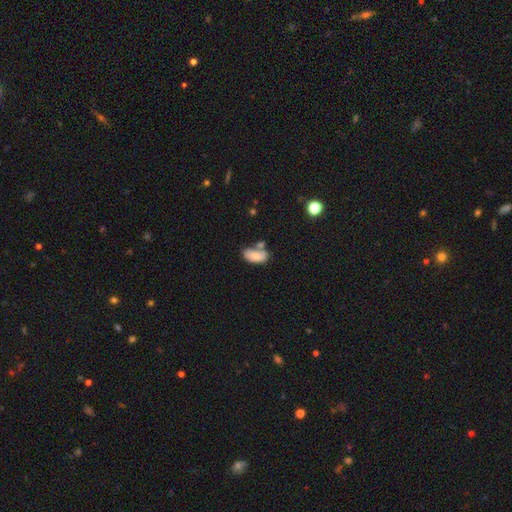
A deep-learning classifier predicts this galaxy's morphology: A smooth galaxy with no disk features (75%) that is in between round and cigar-shaped (93%).

Vote fractions:
- Smooth or featured? smooth: 75% / featured or disk: 18% / star or artifact: 8%
- How rounded? in between: 93% / round: 4% / cigar-shaped: 3%
- Merging? none: 44% / merger: 29% / minor disturbance: 20% / major disturbance: 7%